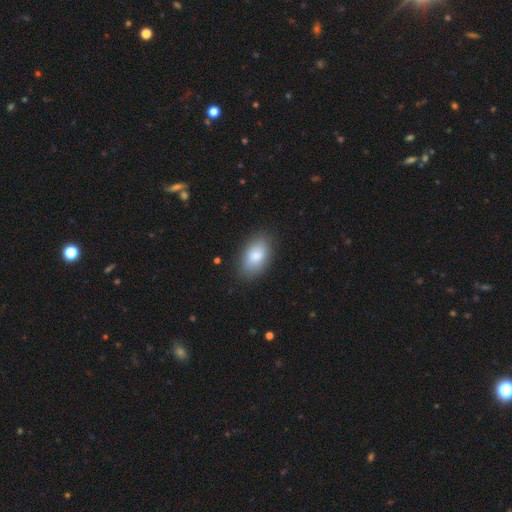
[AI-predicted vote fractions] Smooth or featured?
  - smooth: 84% *
  - featured or disk: 10%
  - star or artifact: 6%
How rounded?
  - in between: 93% *
  - round: 5%
  - cigar-shaped: 2%
Merging?
  - none: 84% *
  - minor disturbance: 12%
  - major disturbance: 3%
  - merger: 1%